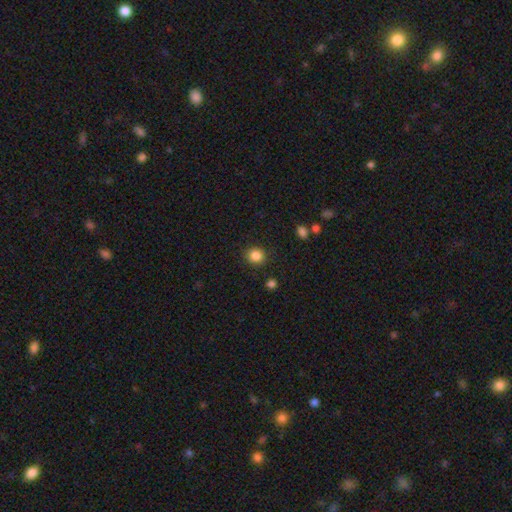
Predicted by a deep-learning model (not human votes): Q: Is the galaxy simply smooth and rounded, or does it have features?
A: smooth — 86%.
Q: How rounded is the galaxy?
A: round — 86%.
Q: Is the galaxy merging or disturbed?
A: none — 89%.